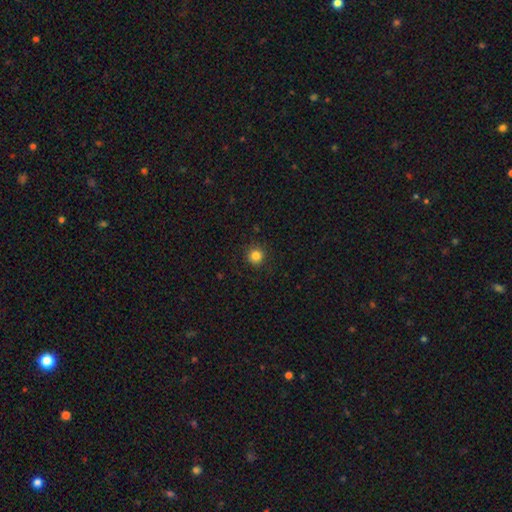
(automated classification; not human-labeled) smooth 84%, star or artifact 12%, featured or disk 4%. Down the decision tree: how rounded — round (95%); merging — none (90%).